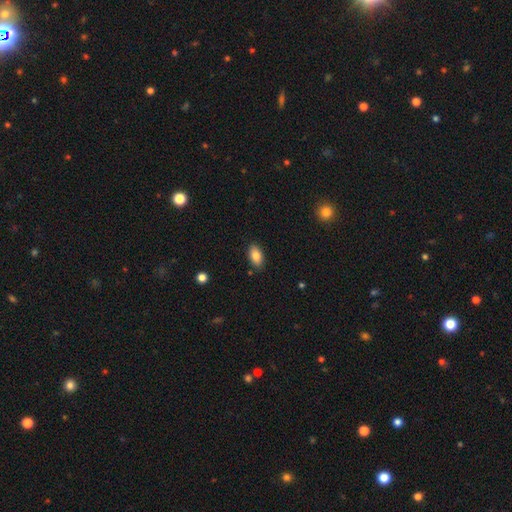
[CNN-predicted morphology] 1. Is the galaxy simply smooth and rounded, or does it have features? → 85% smooth, 8% featured or disk, 7% star or artifact.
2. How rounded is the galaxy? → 92% in between, 5% round, 3% cigar-shaped.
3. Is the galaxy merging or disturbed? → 85% none, 11% minor disturbance, 2% major disturbance, 1% merger.